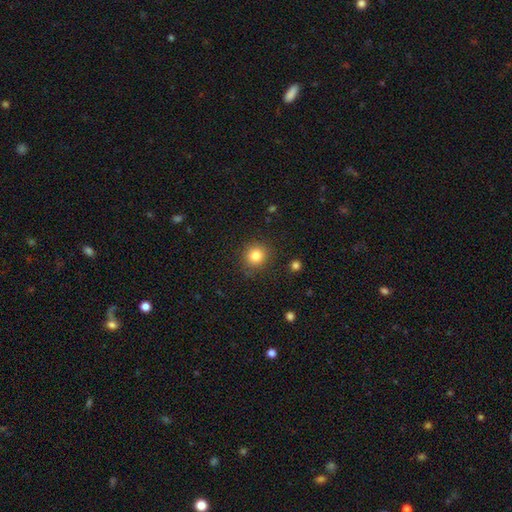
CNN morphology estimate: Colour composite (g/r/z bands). It shows a smooth galaxy with no disk features (82%) that is round (90%). Merging: none (87%).